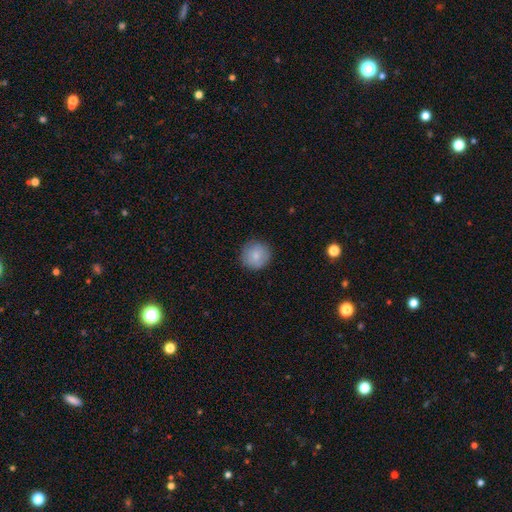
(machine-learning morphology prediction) Smooth or featured?
  - smooth: 78% *
  - featured or disk: 15%
  - star or artifact: 7%
How rounded?
  - round: 94% *
  - in between: 5%
  - cigar-shaped: 1%
Merging?
  - none: 85% *
  - minor disturbance: 11%
  - major disturbance: 3%
  - merger: 1%